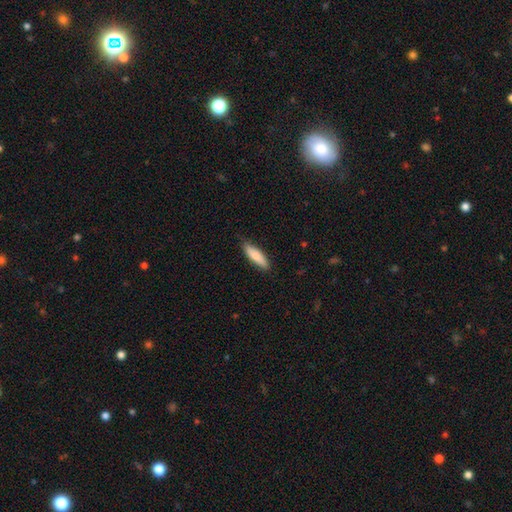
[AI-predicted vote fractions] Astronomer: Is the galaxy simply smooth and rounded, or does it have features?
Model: smooth — 79%.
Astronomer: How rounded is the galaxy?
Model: cigar-shaped — 64%.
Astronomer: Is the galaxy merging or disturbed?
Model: none — 85%.